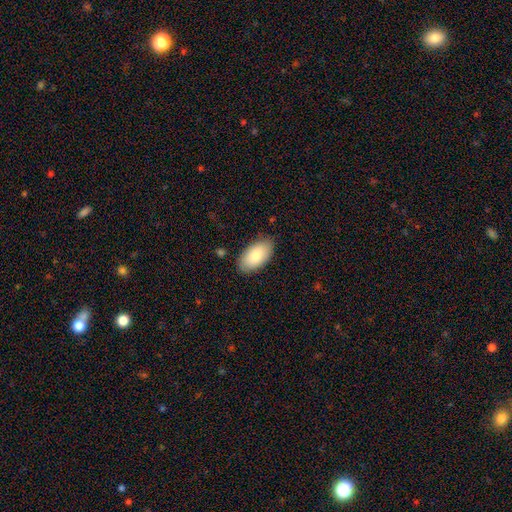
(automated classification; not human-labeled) A smooth galaxy with no disk features (82%) that is in between round and cigar-shaped (95%).

Vote fractions:
- Smooth or featured? smooth: 82% / featured or disk: 12% / star or artifact: 6%
- How rounded? in between: 95% / round: 3% / cigar-shaped: 2%
- Merging? none: 85% / minor disturbance: 12% / major disturbance: 2% / merger: 1%